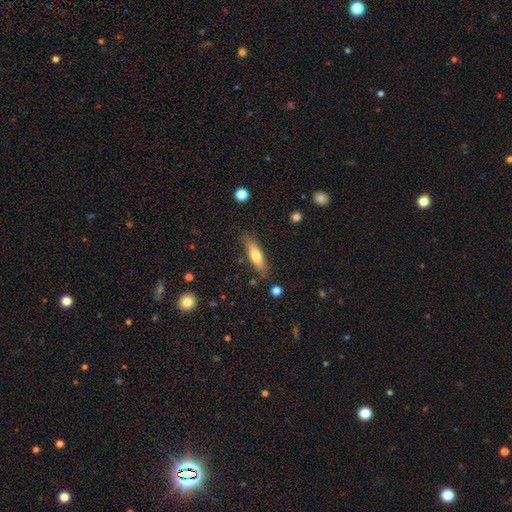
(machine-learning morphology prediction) This appears to be a smooth galaxy with no disk features (65%) that is cigar-shaped (68%). Merging: none (83%).